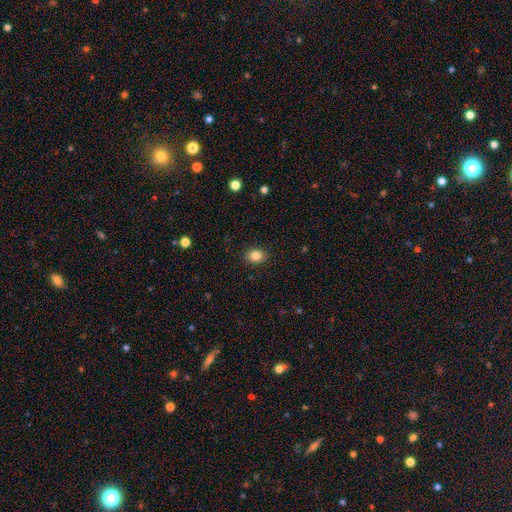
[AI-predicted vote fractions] smooth-or-featured: smooth: 84% | star or artifact: 11% | featured or disk: 6%
  how-rounded: round: 53% | in between: 46% | cigar-shaped: 1%
  merging: none: 90% | minor disturbance: 7% | major disturbance: 2% | merger: 1%